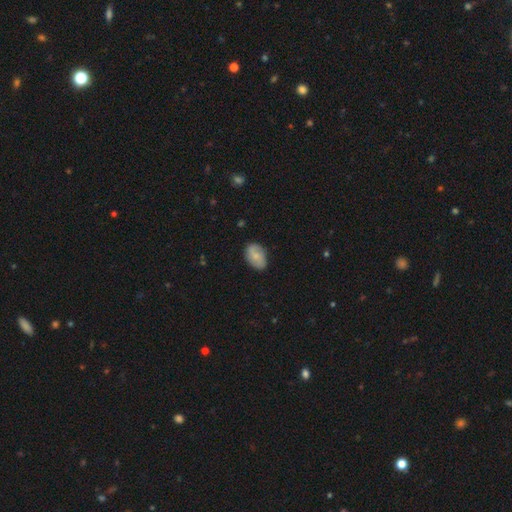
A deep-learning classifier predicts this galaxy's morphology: smooth_or_featured: smooth (p=0.67) [alt: featured or disk p=0.26]
how_rounded: in between (p=0.86) [alt: round p=0.12]
merging: none (p=0.77) [alt: minor disturbance p=0.18]